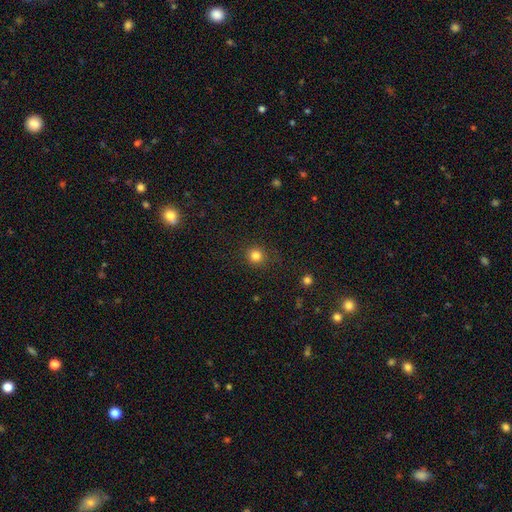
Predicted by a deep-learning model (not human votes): Morphology: type=smooth (82%); roundness=round (92%); merging=none (87%).